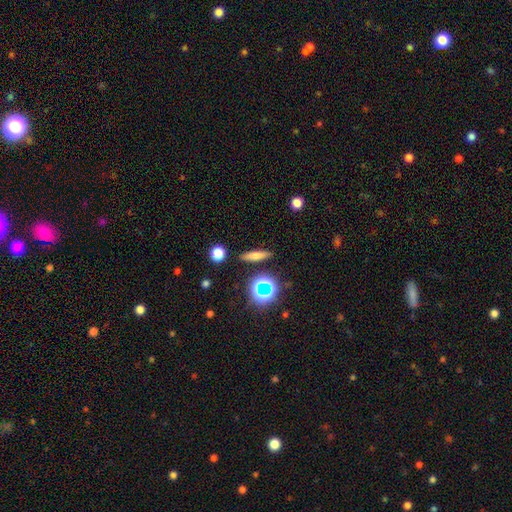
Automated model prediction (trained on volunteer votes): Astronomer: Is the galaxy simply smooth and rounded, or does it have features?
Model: smooth — 65%.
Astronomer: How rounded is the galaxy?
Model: cigar-shaped — 71%.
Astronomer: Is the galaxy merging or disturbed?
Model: none — 87%.